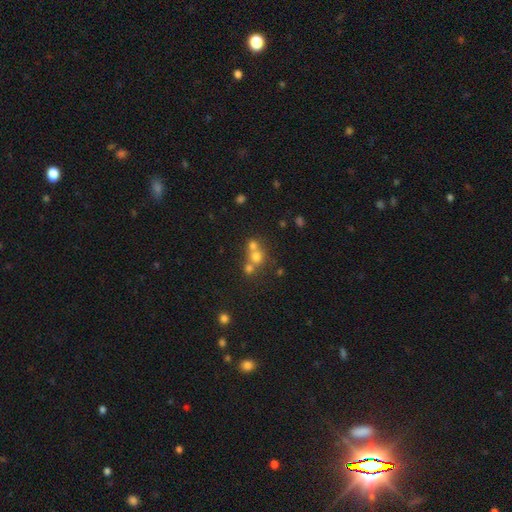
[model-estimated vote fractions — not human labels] This appears to be a smooth galaxy with no disk features (60%) that is round (84%). Merging: merger (52%).